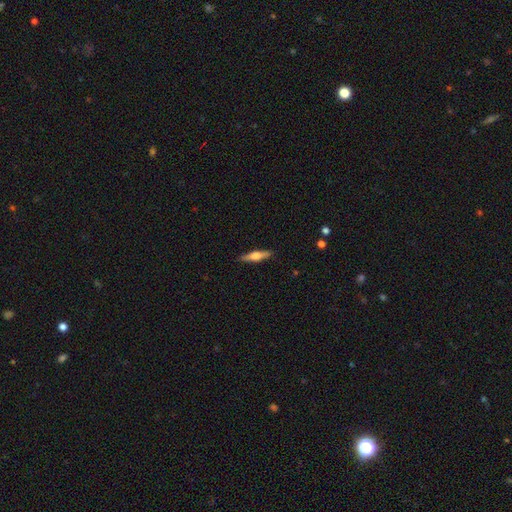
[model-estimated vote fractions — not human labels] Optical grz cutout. It shows a featured or disk galaxy (53%) viewed edge-on (95%) with a rounded central bulge (87%). Merging: none (89%).